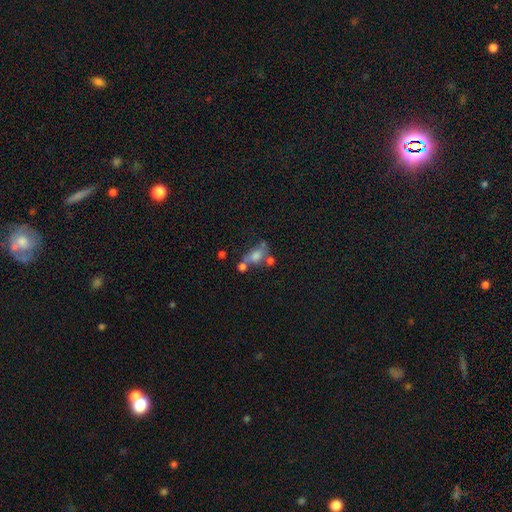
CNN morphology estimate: Smooth or featured: smooth — 57% (featured or disk — 27%)
How rounded: in between — 70% (round — 21%)
Merging: merger — 36% (none — 34%)